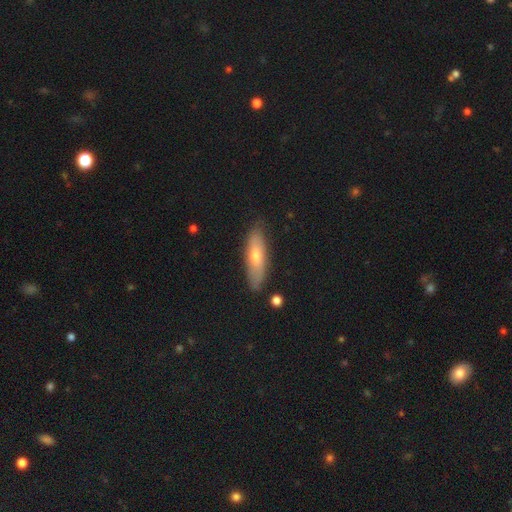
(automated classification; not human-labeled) A smooth galaxy with no disk features (58%) that is cigar-shaped (53%). Merging: none (82%).